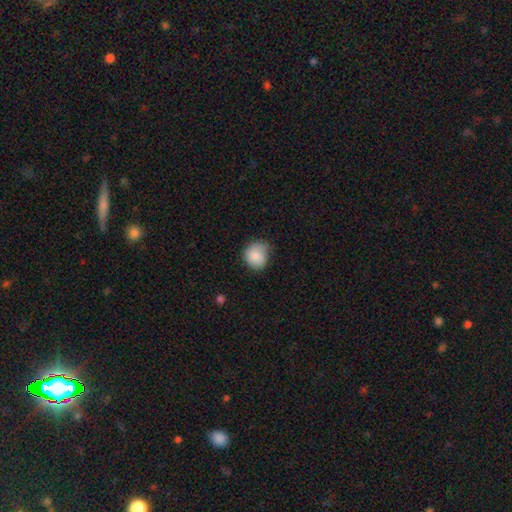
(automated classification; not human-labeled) This appears to be a smooth galaxy with no disk features (84%) that is round (77%). Merging: none (56%).